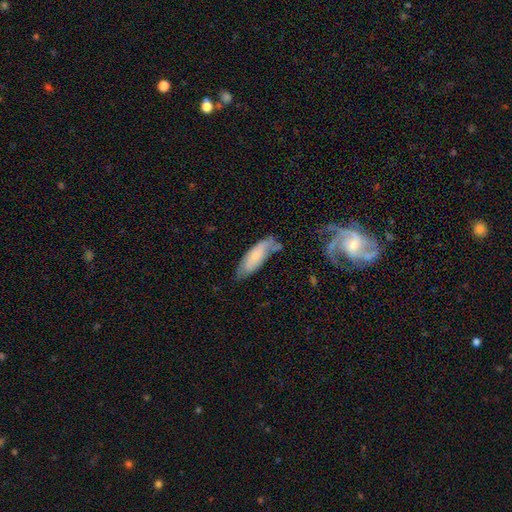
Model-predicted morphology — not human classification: This is likely a smooth galaxy (62%). How rounded: possibly in between (56%). Merging: possibly none (49%).